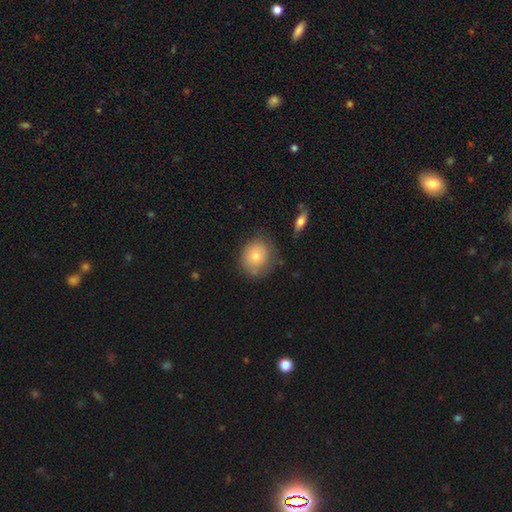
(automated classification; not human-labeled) Q: Smooth or featured?
A: smooth (71%); runner-up: featured or disk (21%)
Q: How rounded?
A: round (78%); runner-up: in between (21%)
Q: Merging?
A: none (67%); runner-up: minor disturbance (22%)